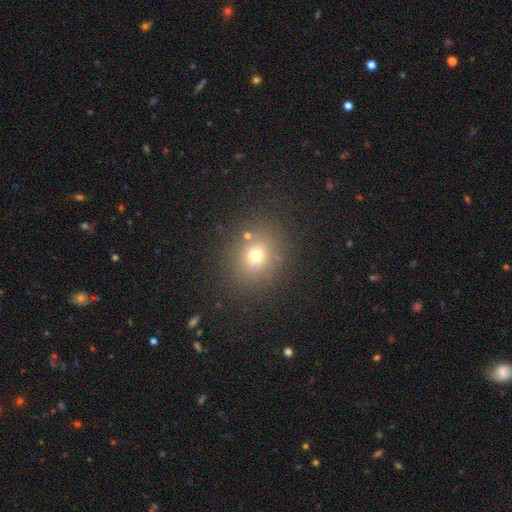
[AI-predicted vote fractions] Overall: smooth (69%). How rounded: round (69%; in between 30%). Merging: none (83%).